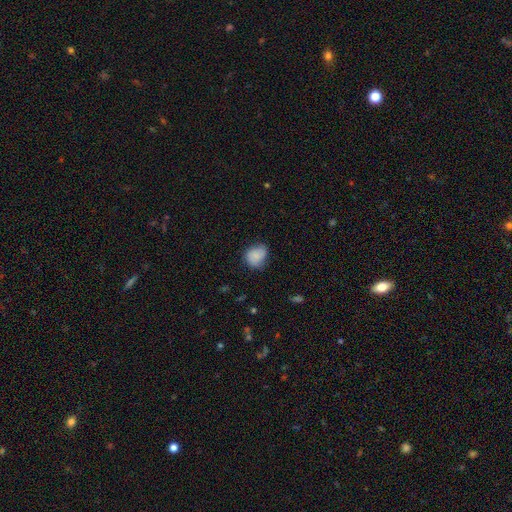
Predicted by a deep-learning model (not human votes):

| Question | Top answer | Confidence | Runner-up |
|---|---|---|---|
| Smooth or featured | smooth | 81% | featured or disk (11%) |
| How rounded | round | 55% | in between (44%) |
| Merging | none | 59% | minor disturbance (32%) |